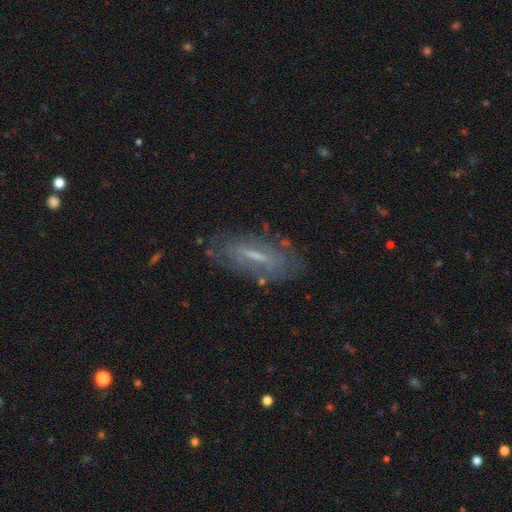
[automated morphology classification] type=featured or disk (62%); edge-on=no (72%); merging=none (74%).